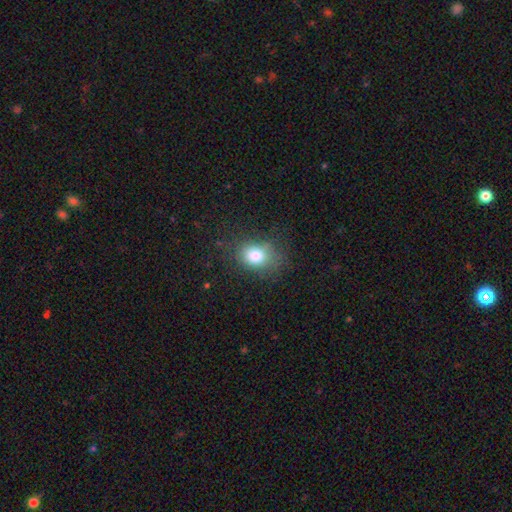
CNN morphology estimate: Smooth or featured? Predicted: smooth (p=0.79). How rounded? Predicted: in between (p=0.53). Merging? Predicted: none (p=0.74).